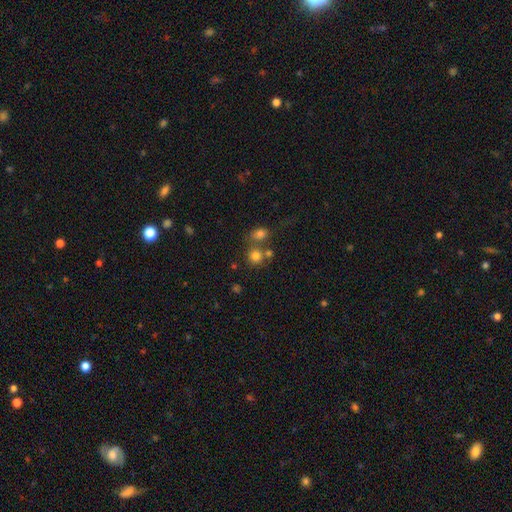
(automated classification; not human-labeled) Morphology: type=smooth (77%); roundness=round (84%); merging=none (57%).